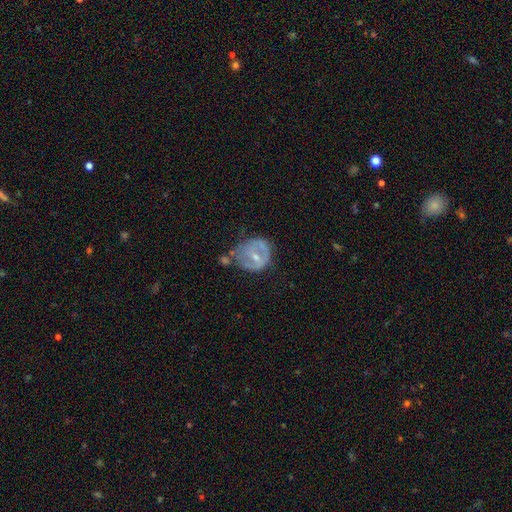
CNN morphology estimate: type=featured or disk (58%); edge-on=no (96%); bar=weak (45%); spiral arms=no (54%); bulge=small (48%); merging=none (42%).